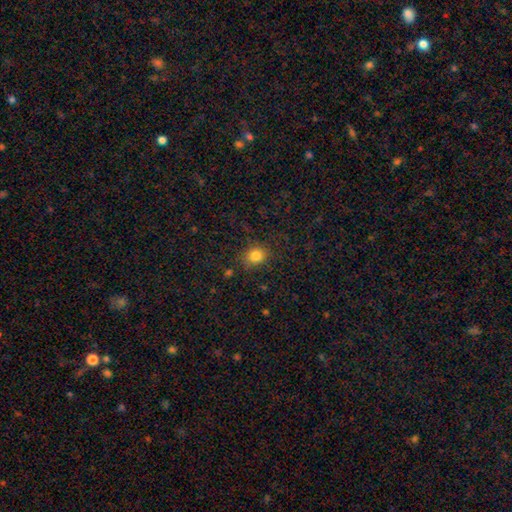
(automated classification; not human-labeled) Smooth or featured: smooth — 81% (star or artifact — 13%)
How rounded: round — 69% (in between — 30%)
Merging: none — 81% (minor disturbance — 12%)